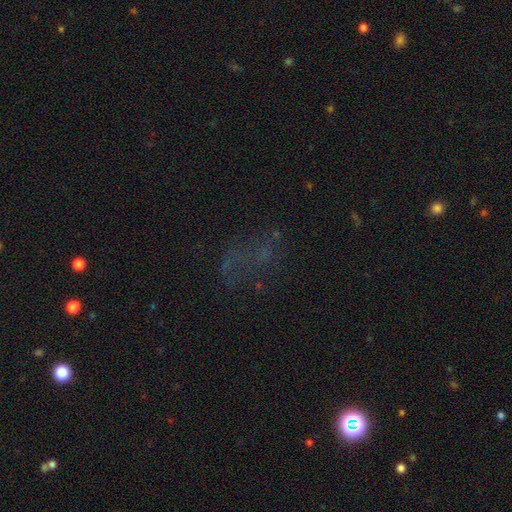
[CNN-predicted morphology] The model was most divided on "smooth or featured": star or artifact: 44%, smooth: 29%, featured or disk: 27%.